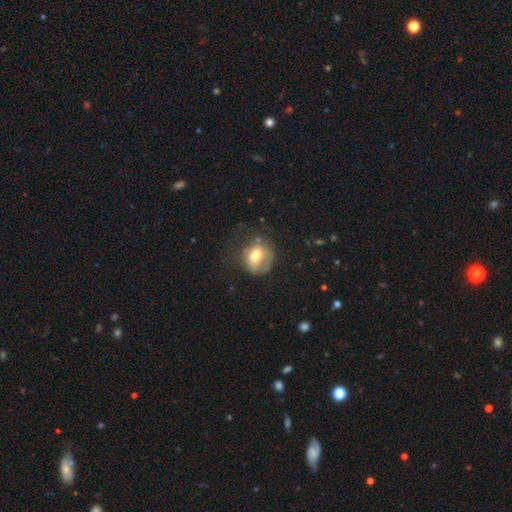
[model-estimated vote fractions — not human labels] This appears to be a smooth galaxy with no disk features (64%) that is round (60%). Merging: none (44%).